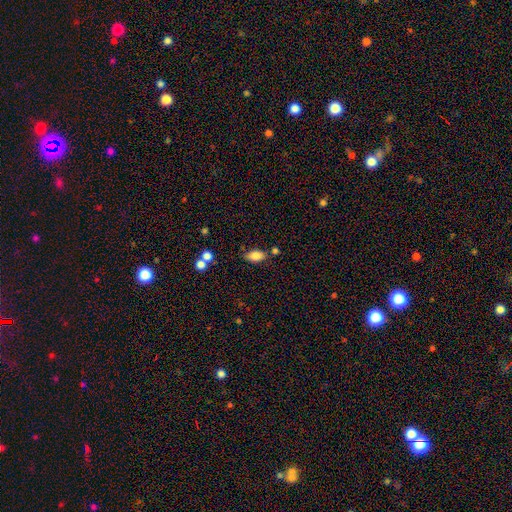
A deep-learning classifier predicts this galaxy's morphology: This appears to be a smooth galaxy with no disk features (84%) that is in between round and cigar-shaped (91%). Merging: none (72%).